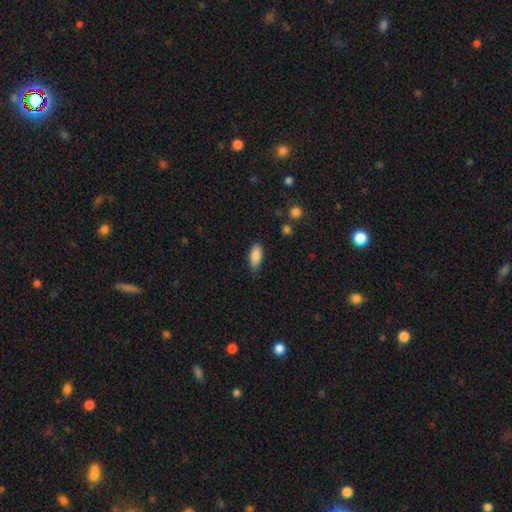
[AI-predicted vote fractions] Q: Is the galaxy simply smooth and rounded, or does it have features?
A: smooth — 87%.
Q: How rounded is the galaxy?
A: in between — 85%.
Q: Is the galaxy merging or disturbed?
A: none — 72%.